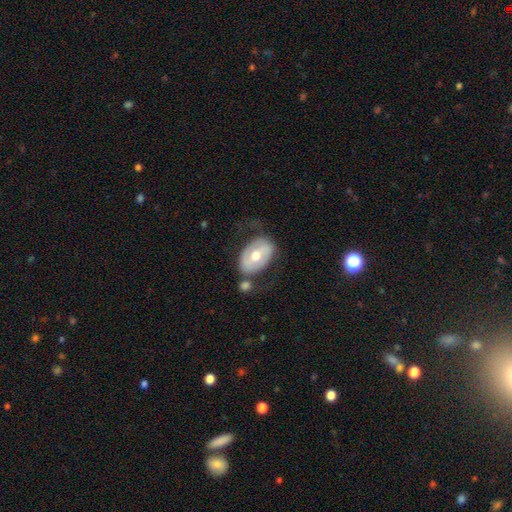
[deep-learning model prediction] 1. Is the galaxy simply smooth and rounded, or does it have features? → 53% featured or disk, 41% smooth, 6% star or artifact.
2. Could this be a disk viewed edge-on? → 92% no, 8% yes.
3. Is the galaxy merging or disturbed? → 54% none, 22% minor disturbance, 13% major disturbance, 11% merger.